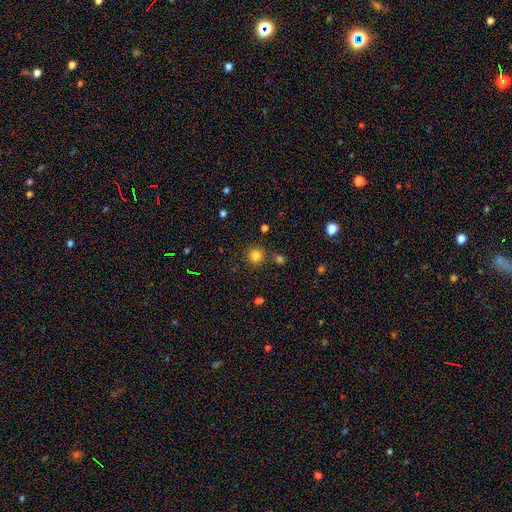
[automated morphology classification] A smooth galaxy with no disk features (81%) that is round (92%). Merging: none (83%).